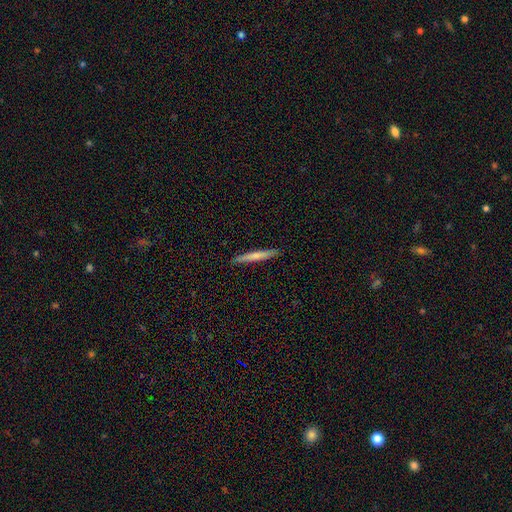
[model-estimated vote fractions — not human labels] smooth 67%, featured or disk 28%, star or artifact 6%. Down the decision tree: how rounded — cigar-shaped (96%); merging — none (91%).